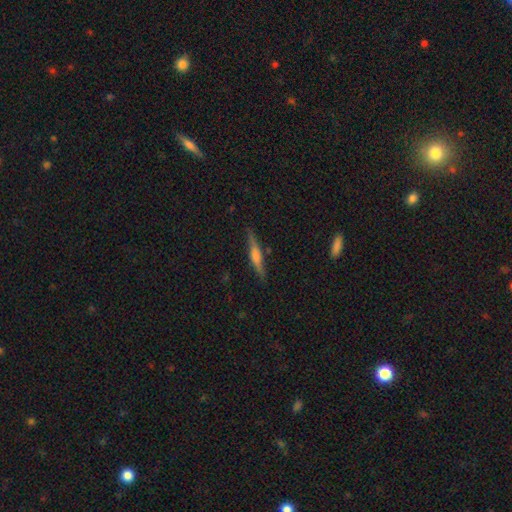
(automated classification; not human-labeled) Smooth or featured? Predicted: featured or disk (p=0.59). Edge-on disk? Predicted: yes (p=0.96). Edge-on bulge? Predicted: rounded (p=0.65). Merging? Predicted: none (p=0.85).